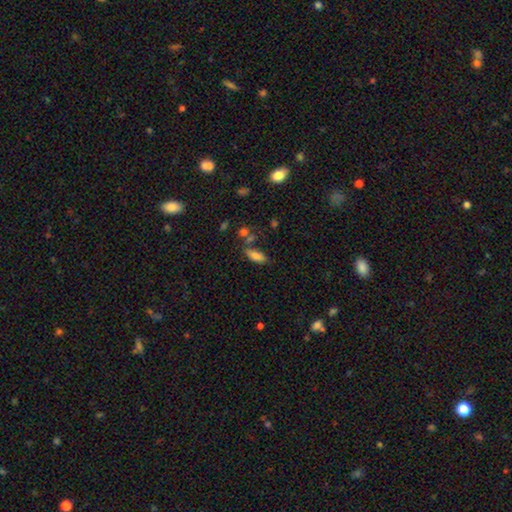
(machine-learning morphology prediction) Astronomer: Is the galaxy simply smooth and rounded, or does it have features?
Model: smooth — 80%.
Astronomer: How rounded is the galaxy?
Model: in between — 73%.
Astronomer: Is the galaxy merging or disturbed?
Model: none — 62%.